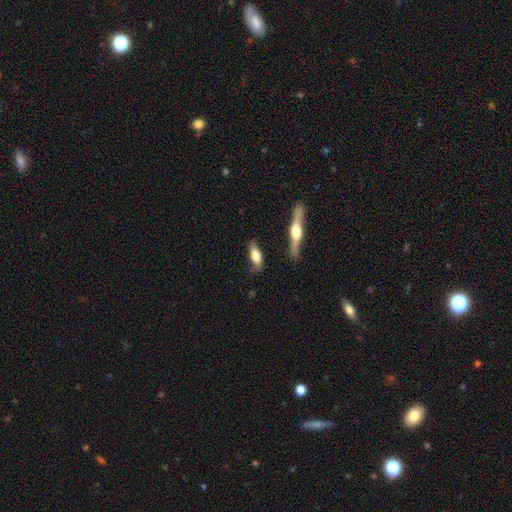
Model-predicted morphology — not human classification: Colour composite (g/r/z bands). It shows a smooth galaxy with no disk features (62%) that is in between round and cigar-shaped (69%). Merging: none (65%).